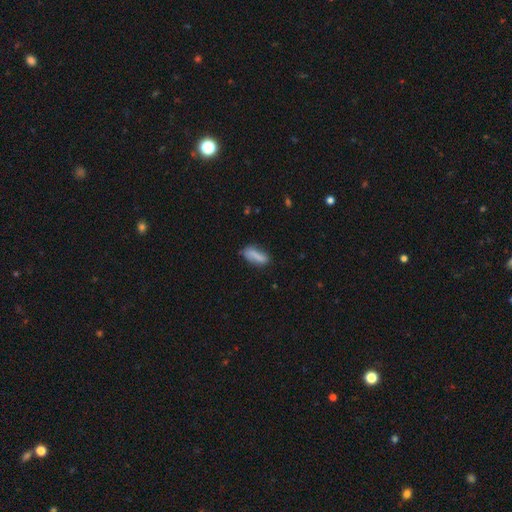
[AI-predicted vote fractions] Overall: smooth (80%). How rounded: in between (61%; cigar-shaped 37%). Merging: none (64%; minor disturbance 25%).